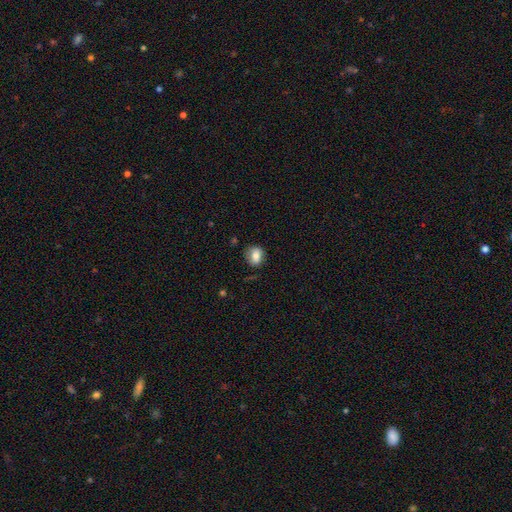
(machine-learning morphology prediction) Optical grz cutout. It shows a smooth galaxy with no disk features (80%) that is round (56%). Merging: none (70%).